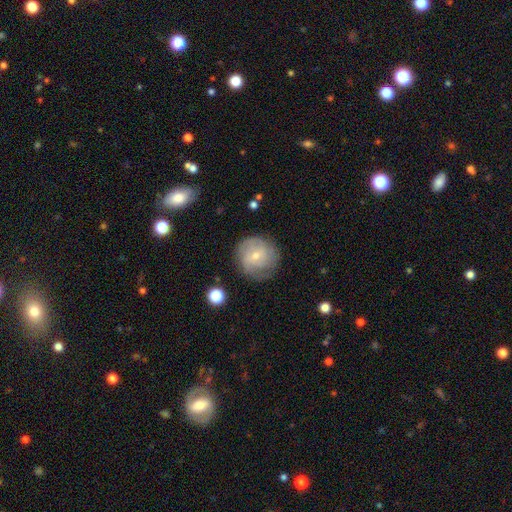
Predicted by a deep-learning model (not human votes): smooth-or-featured: featured or disk: 59% | smooth: 33% | star or artifact: 8%
  disk-edge-on: no: 97% | yes: 3%
    bar: no: 54% | weak: 40% | strong: 6%
    has-spiral-arms: yes: 84% | no: 16%
    bulge-size: small: 66% | moderate: 31% | none: 2% | large: 1% | dominant: 1%
  merging: none: 74% | minor disturbance: 18% | major disturbance: 7% | merger: 2%